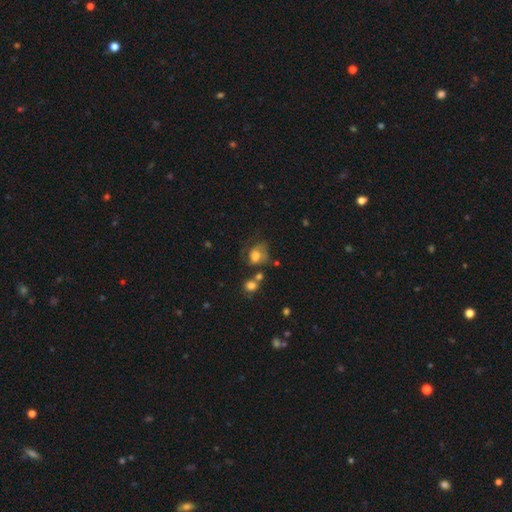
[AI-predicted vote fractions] Q: Smooth or featured?
A: smooth (64%); runner-up: featured or disk (25%)
Q: How rounded?
A: round (50%); runner-up: in between (49%)
Q: Merging?
A: none (34%); runner-up: major disturbance (28%)